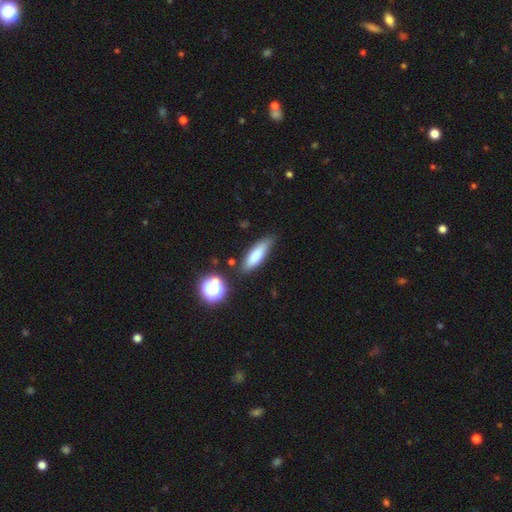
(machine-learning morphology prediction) Smooth or featured? Predicted: smooth (p=0.77). How rounded? Predicted: cigar-shaped (p=0.52). Merging? Predicted: none (p=0.76).